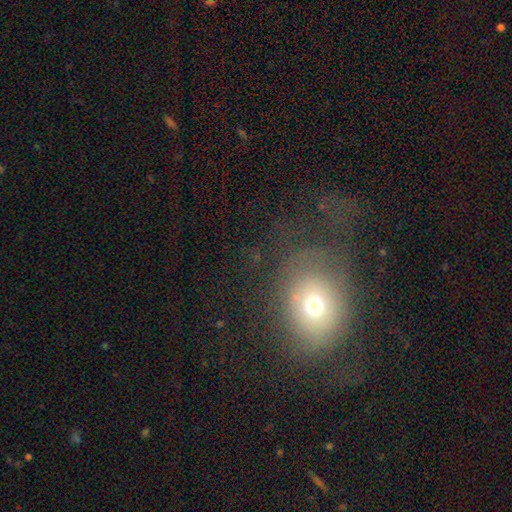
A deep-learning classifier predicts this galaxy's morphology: A smooth galaxy with no disk features (54%) that is round (53%). Merging: none (51%).